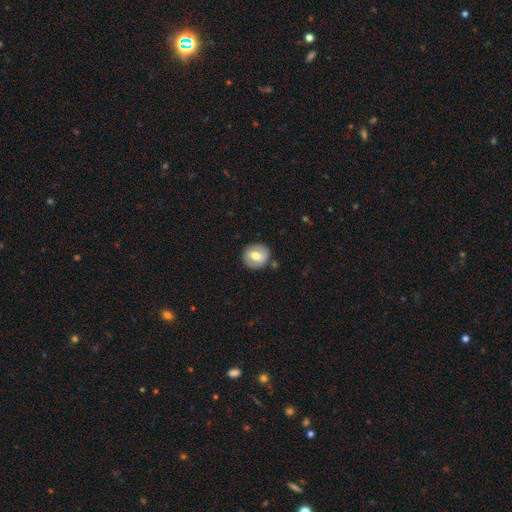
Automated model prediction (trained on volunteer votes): This appears to be a smooth galaxy with no disk features (60%) that is round (87%). Merging: none (86%).